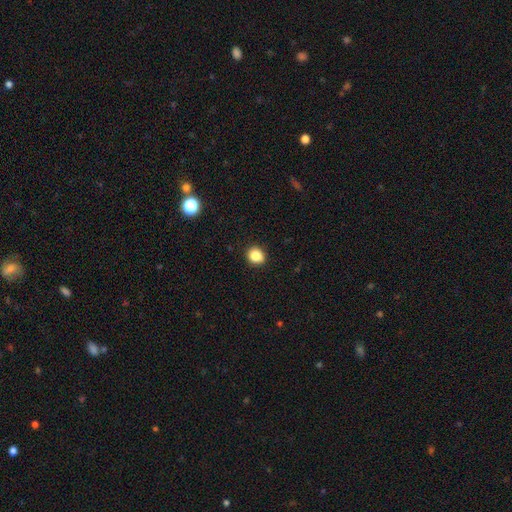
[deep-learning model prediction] This appears to be a smooth galaxy with no disk features (86%) that is round (71%). Merging: none (90%).